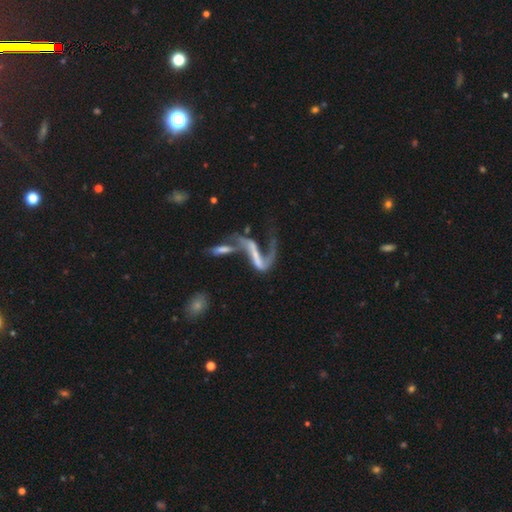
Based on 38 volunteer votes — Smooth or featured?
  - featured or disk: 79% *
  - smooth: 16%
  - star or artifact: 5%
Edge-on disk?
  - no: 90% *
  - yes: 10%
Bar?
  - strong: 52% *
  - no: 26%
  - weak: 22%
Spiral arms?
  - yes: 63% *
  - no: 37%
Spiral winding?
  - loose: 88% *
  - medium: 12%
  - tight: 0%
Spiral arm count?
  - 2: 47% *
  - 1: 41%
  - 3: 6%
  - can't tell: 6%
  - 4: 0%
  - more than 4: 0%
Bulge size?
  - none: 52% *
  - small: 26%
  - moderate: 15%
  - large: 7%
  - dominant: 0%
Merging?
  - merger: 56% *
  - none: 19%
  - major disturbance: 17%
  - minor disturbance: 8%